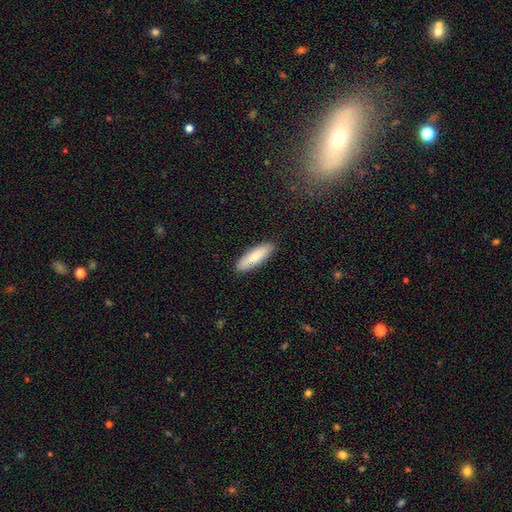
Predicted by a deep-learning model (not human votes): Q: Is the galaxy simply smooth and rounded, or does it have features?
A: smooth — 75%.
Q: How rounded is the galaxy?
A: cigar-shaped — 50%.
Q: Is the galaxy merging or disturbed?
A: none — 83%.